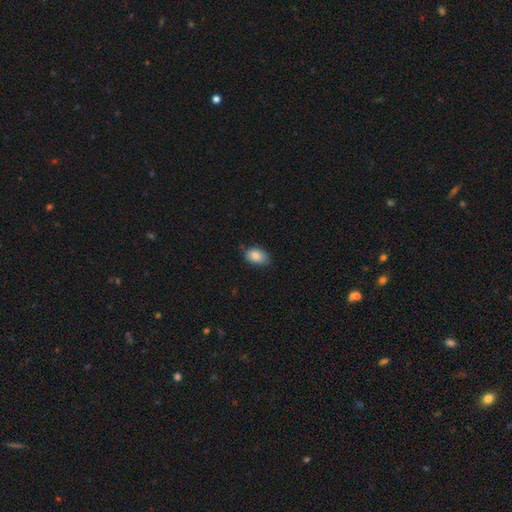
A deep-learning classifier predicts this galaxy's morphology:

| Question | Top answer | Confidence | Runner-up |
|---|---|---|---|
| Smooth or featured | smooth | 86% | star or artifact (8%) |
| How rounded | in between | 89% | round (10%) |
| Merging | none | 73% | minor disturbance (22%) |